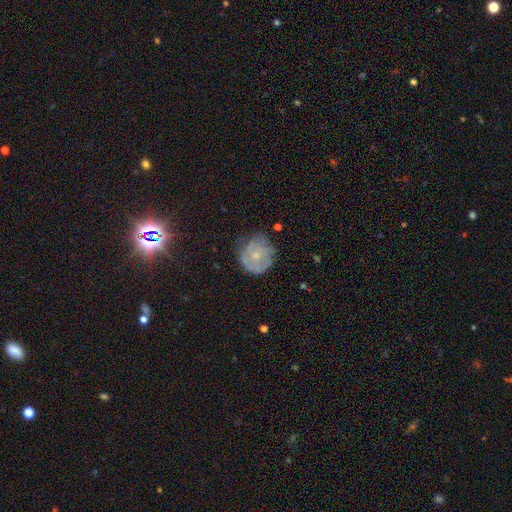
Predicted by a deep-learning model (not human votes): Smooth or featured? Predicted: featured or disk (p=0.49). Merging? Predicted: none (p=0.61).